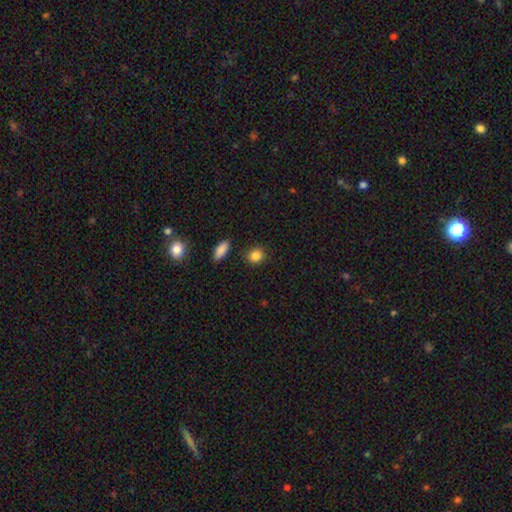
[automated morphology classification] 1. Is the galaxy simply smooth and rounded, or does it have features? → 86% smooth, 10% star or artifact, 4% featured or disk.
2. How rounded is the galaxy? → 73% round, 26% in between, 2% cigar-shaped.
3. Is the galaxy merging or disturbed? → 89% none, 7% minor disturbance, 2% merger, 2% major disturbance.